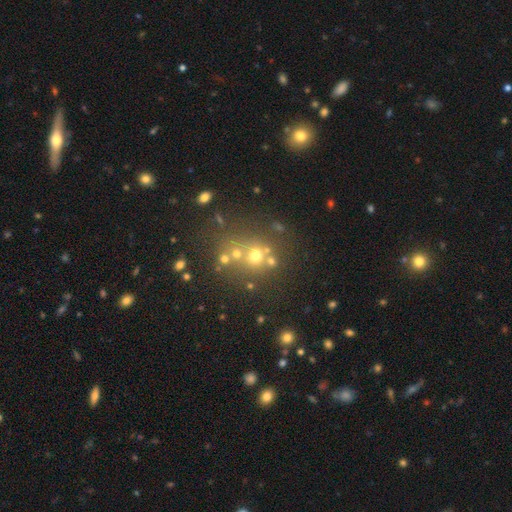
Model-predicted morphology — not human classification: smooth 54%, star or artifact 28%, featured or disk 18%. Down the decision tree: how rounded — round (83%); merging — none (60%).